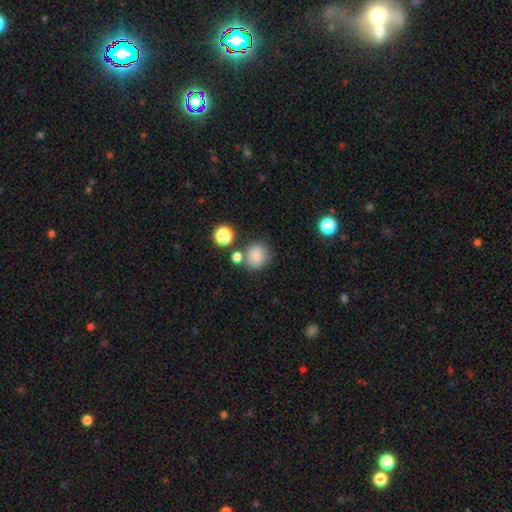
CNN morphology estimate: type=smooth (83%); roundness=round (78%); merging=none (65%).